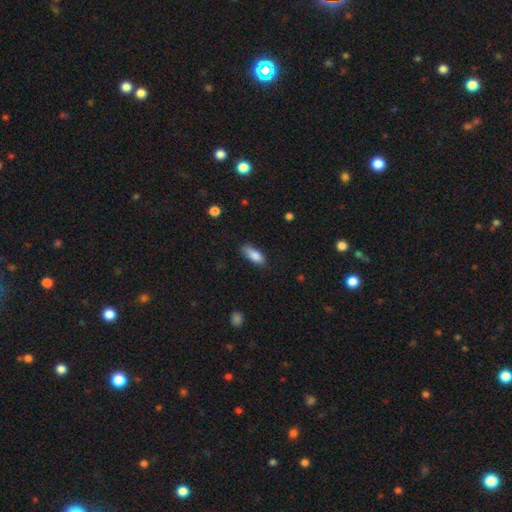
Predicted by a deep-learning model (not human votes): A smooth galaxy with no disk features (85%) that is in between round and cigar-shaped (76%).

Vote fractions:
- Smooth or featured? smooth: 85% / featured or disk: 8% / star or artifact: 7%
- How rounded? in between: 76% / cigar-shaped: 21% / round: 2%
- Merging? none: 69% / minor disturbance: 24% / major disturbance: 5% / merger: 2%